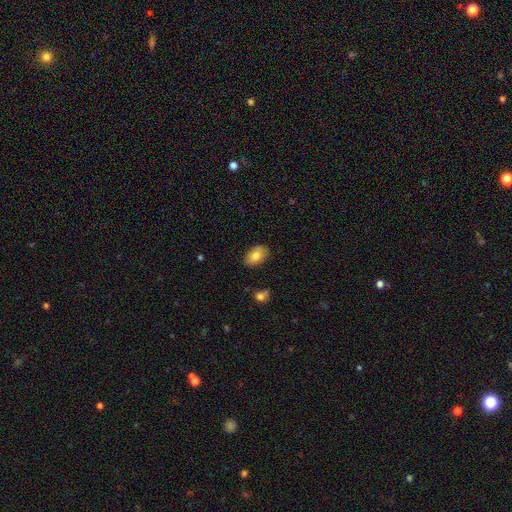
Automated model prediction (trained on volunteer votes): smooth_or_featured: smooth (p=0.80) [alt: featured or disk p=0.13]
how_rounded: in between (p=0.91) [alt: round p=0.08]
merging: none (p=0.85) [alt: minor disturbance p=0.11]